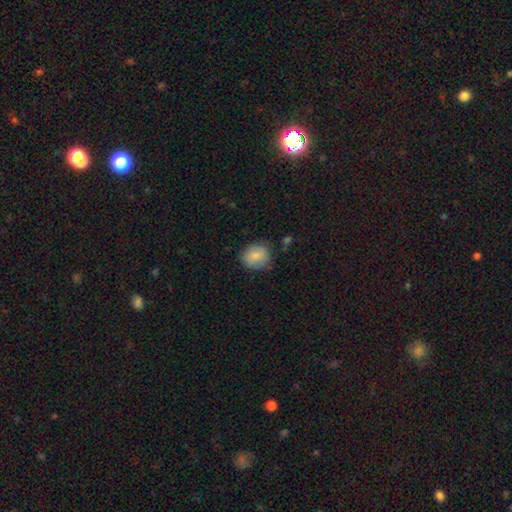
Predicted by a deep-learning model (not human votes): Morphology: type=smooth (82%); roundness=round (68%); merging=none (76%).